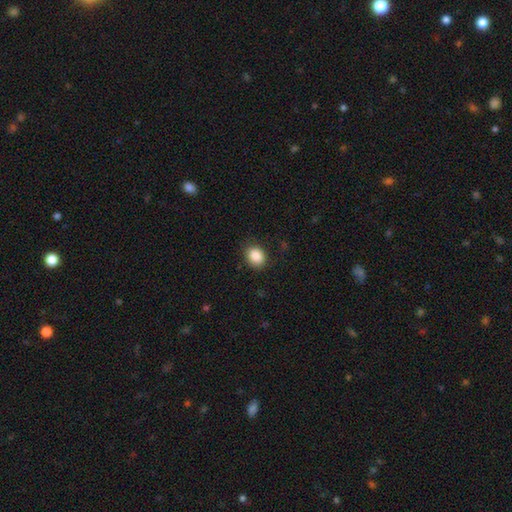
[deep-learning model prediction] smooth-or-featured: smooth: 88% | star or artifact: 9% | featured or disk: 4%
  how-rounded: round: 54% | in between: 45% | cigar-shaped: 1%
  merging: none: 84% | minor disturbance: 12% | major disturbance: 3% | merger: 1%